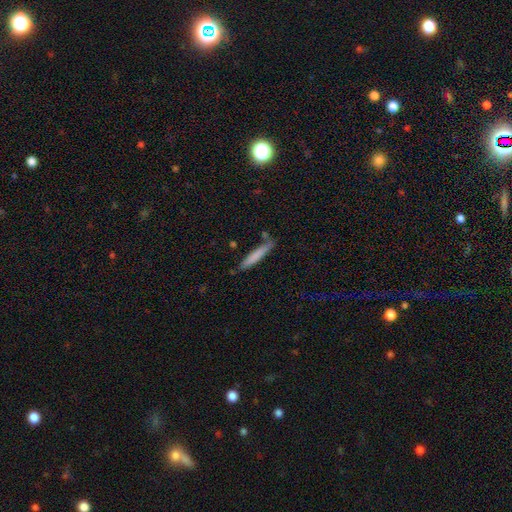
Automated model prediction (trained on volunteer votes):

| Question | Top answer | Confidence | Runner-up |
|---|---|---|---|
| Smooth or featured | smooth | 75% | featured or disk (19%) |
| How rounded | cigar-shaped | 94% | in between (5%) |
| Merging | none | 78% | minor disturbance (14%) |